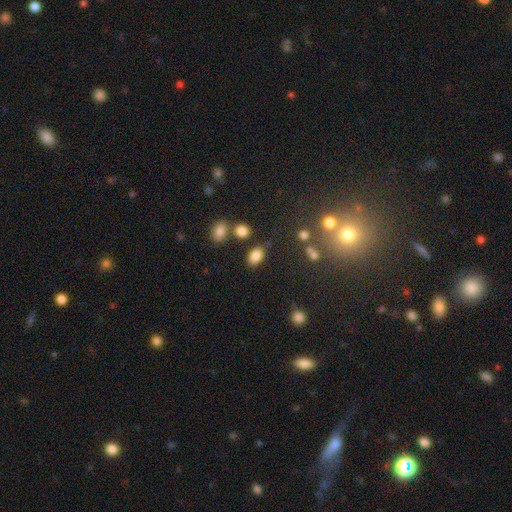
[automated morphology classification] Q: Smooth or featured?
A: smooth (83%); runner-up: star or artifact (10%)
Q: How rounded?
A: in between (88%); runner-up: round (10%)
Q: Merging?
A: none (77%); runner-up: minor disturbance (12%)